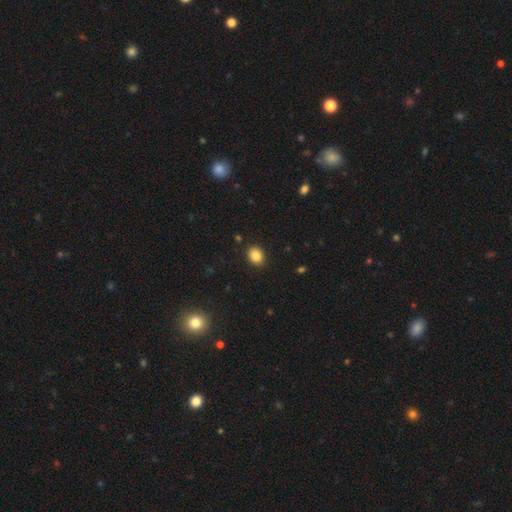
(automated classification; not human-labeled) This appears to be a smooth galaxy with no disk features (86%) that is round (56%). Merging: none (90%).